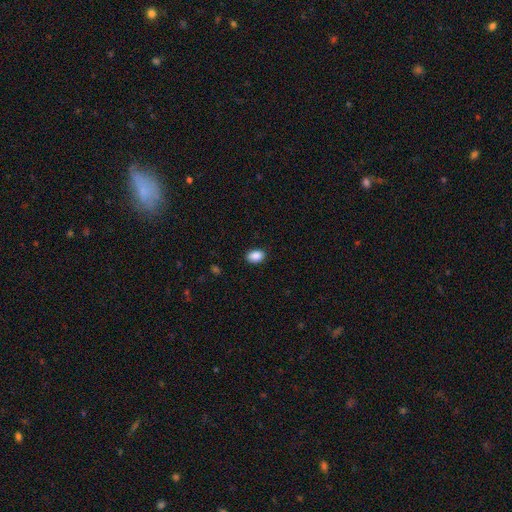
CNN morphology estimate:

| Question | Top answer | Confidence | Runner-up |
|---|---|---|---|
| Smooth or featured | smooth | 90% | star or artifact (7%) |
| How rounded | in between | 83% | round (15%) |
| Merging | none | 88% | minor disturbance (9%) |